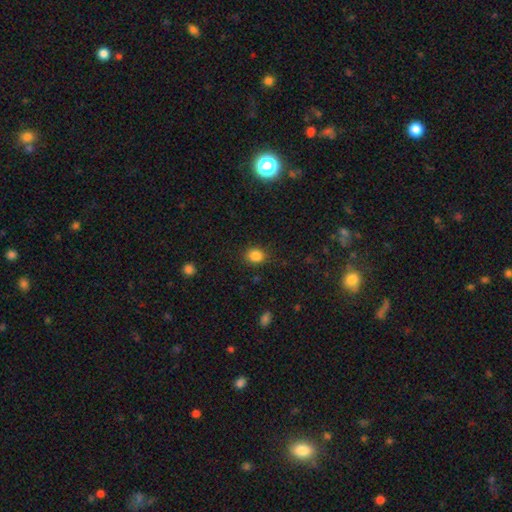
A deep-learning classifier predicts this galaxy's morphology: Q: Smooth or featured?
A: smooth (84%); runner-up: star or artifact (11%)
Q: How rounded?
A: round (67%); runner-up: in between (32%)
Q: Merging?
A: none (82%); runner-up: minor disturbance (13%)